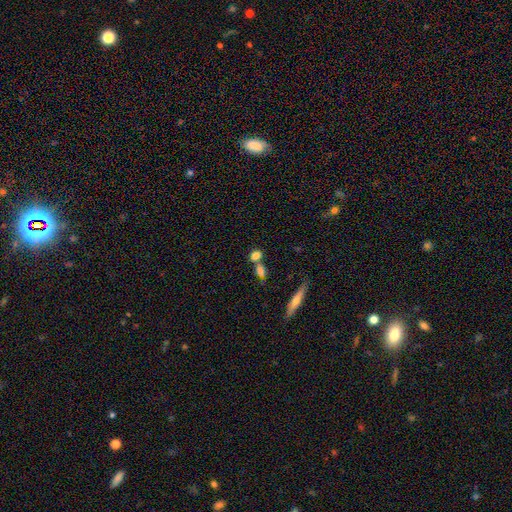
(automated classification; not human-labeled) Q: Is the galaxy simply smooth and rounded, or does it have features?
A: smooth — 76%.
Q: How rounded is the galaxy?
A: in between — 55%.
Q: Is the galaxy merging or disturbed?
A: none — 45%.